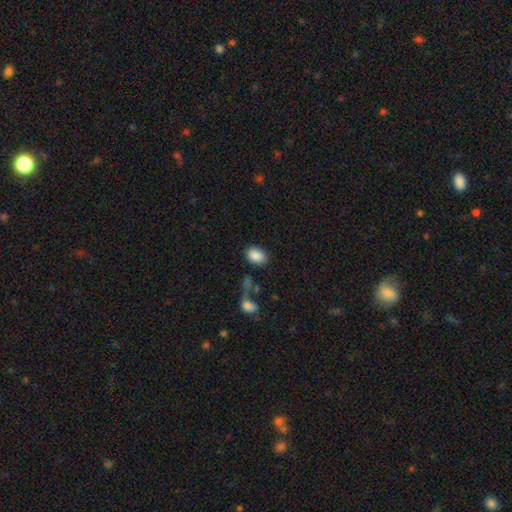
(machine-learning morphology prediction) A smooth galaxy with no disk features (88%) that is in between round and cigar-shaped (81%). Merging: none (79%).